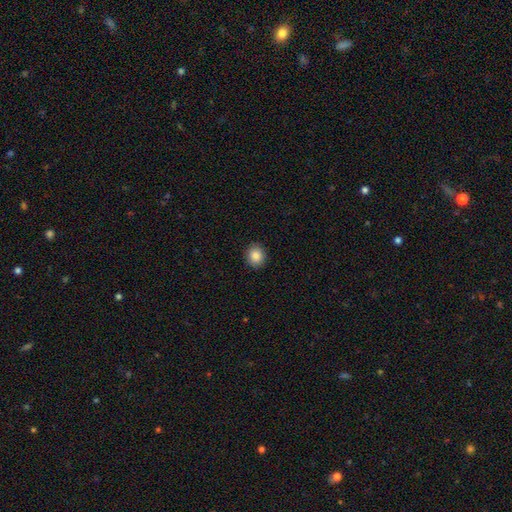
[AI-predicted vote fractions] This is clearly a smooth galaxy (87%). How rounded: likely round (76%). Merging: clearly none (91%).